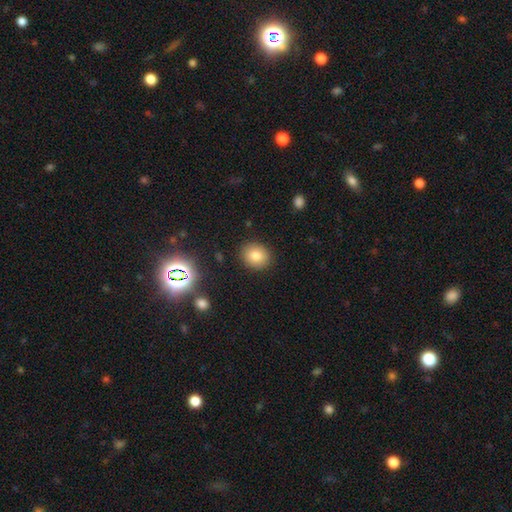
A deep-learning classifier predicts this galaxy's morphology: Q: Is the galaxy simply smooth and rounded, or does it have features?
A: smooth — 79%.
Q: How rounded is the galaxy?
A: round — 72%.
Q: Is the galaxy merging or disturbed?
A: none — 89%.